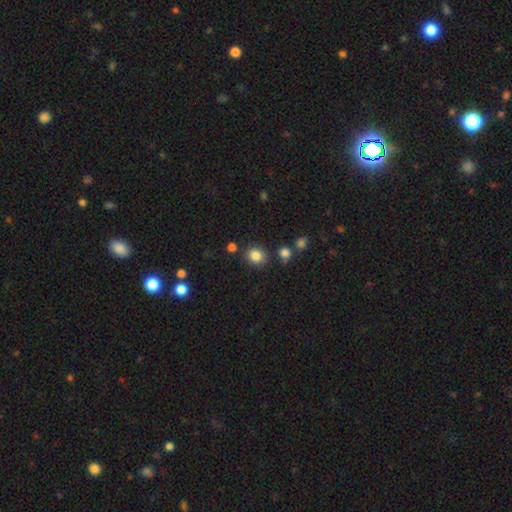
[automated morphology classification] This appears to be a smooth galaxy with no disk features (84%) that is round (70%). Merging: none (82%).